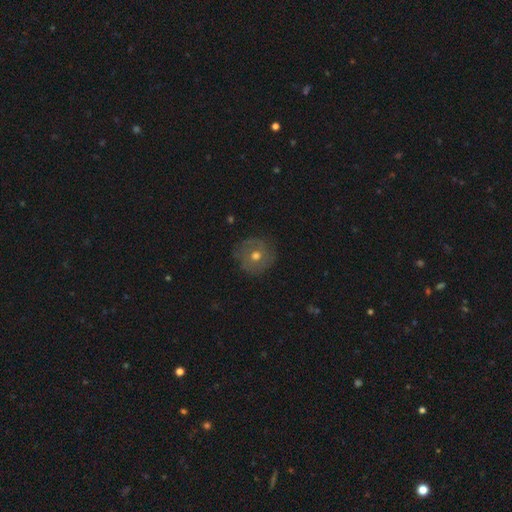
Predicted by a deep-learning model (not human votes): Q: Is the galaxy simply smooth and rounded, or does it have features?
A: smooth — 45%.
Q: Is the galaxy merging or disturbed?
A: none — 82%.